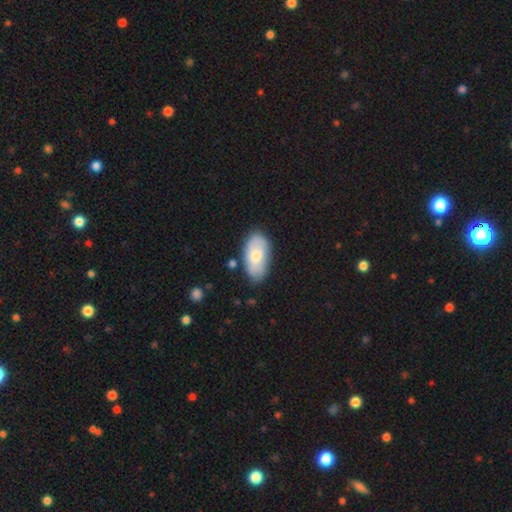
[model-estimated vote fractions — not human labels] Q: Smooth or featured?
A: smooth (64%); runner-up: featured or disk (30%)
Q: How rounded?
A: in between (94%); runner-up: round (4%)
Q: Merging?
A: none (71%); runner-up: minor disturbance (21%)